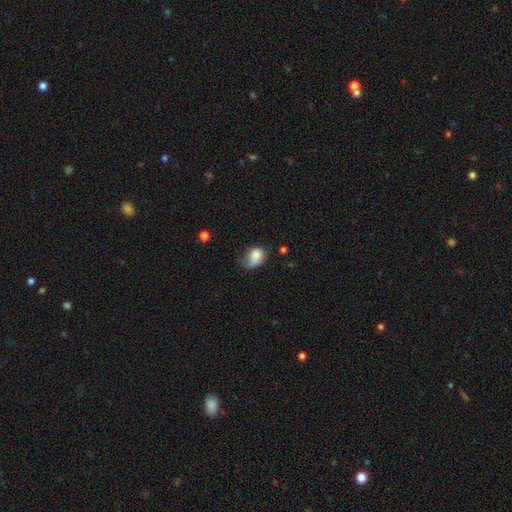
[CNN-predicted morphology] A smooth galaxy with no disk features (78%) that is in between round and cigar-shaped (71%). Merging: minor disturbance (37%).